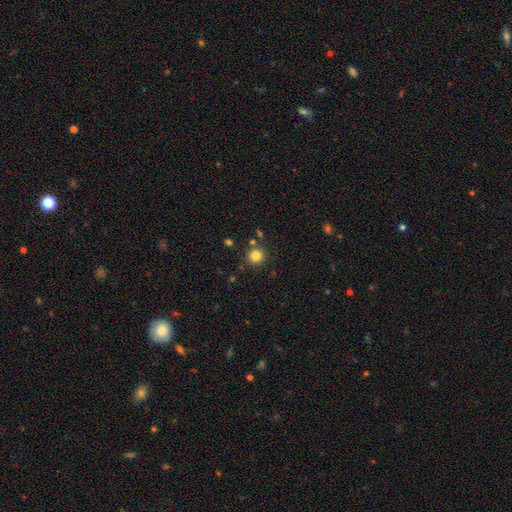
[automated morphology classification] The model was most divided on "smooth or featured": smooth: 82%, star or artifact: 12%, featured or disk: 6%. More confident: how rounded — round (93%); merging — none (85%).